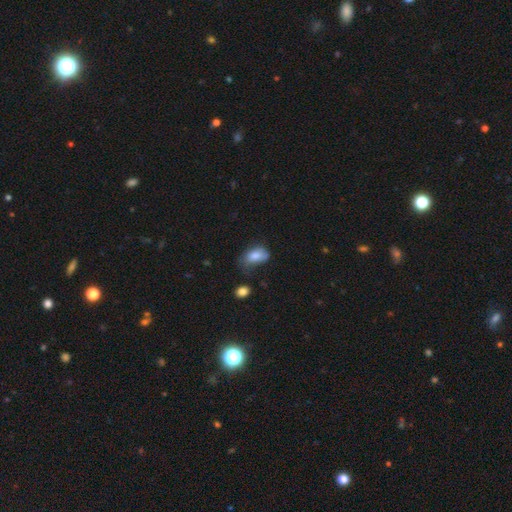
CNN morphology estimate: Smooth or featured? Predicted: smooth (p=0.79). How rounded? Predicted: in between (p=0.88). Merging? Predicted: minor disturbance (p=0.39).